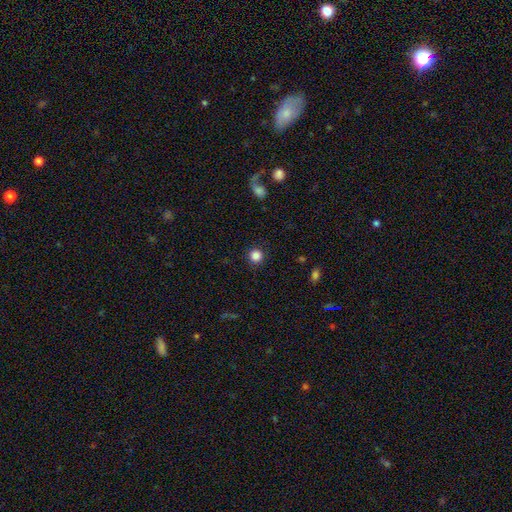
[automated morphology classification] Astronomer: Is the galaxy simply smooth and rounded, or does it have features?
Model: smooth — 85%.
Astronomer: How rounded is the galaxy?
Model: round — 94%.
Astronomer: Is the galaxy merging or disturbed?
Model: none — 91%.